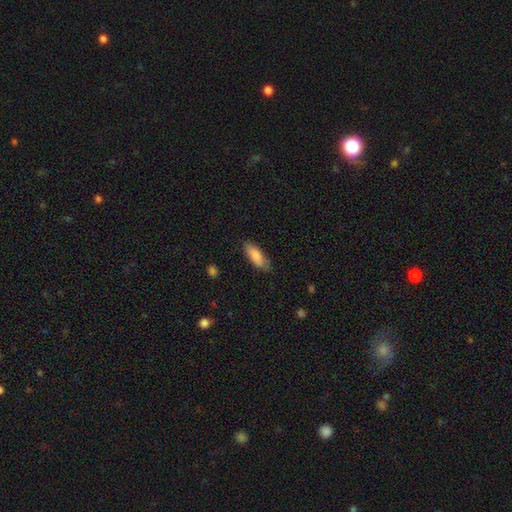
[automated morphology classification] Q: Smooth or featured?
A: smooth (85%); runner-up: featured or disk (9%)
Q: How rounded?
A: in between (69%); runner-up: cigar-shaped (29%)
Q: Merging?
A: none (78%); runner-up: minor disturbance (17%)